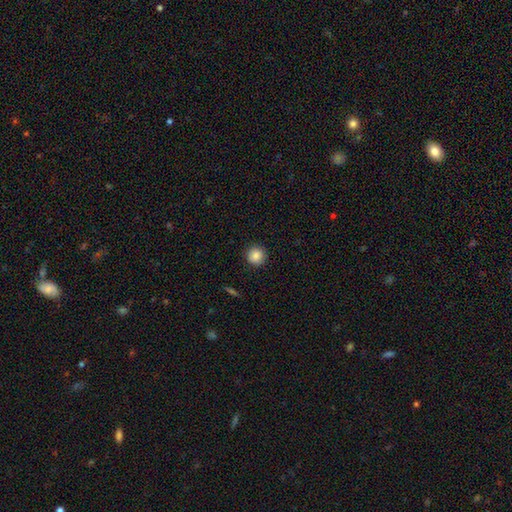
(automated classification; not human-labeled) Overall: smooth (86%). How rounded: round (95%). Merging: none (92%).